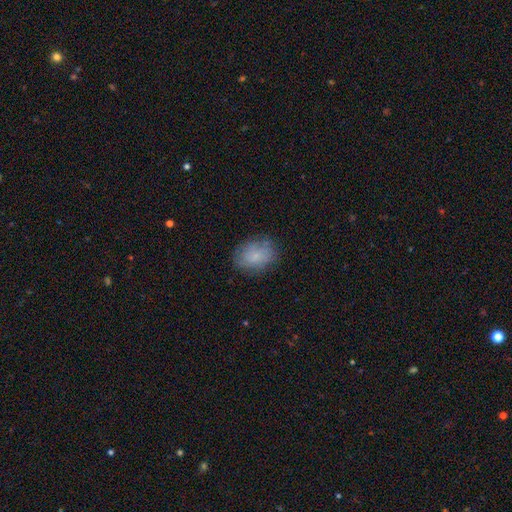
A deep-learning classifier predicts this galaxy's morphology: Overall: smooth (74%). How rounded: in between (63%; round 36%). Merging: none (78%).